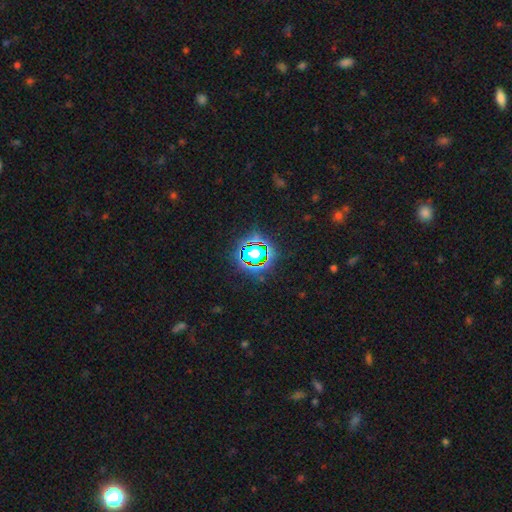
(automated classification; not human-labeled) Smooth or featured: star or artifact — 77% (smooth — 15%)